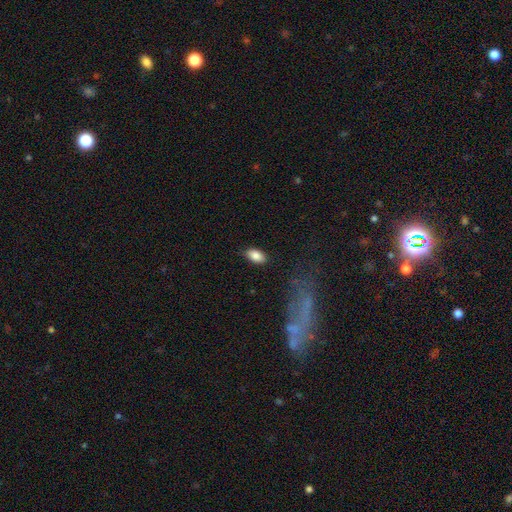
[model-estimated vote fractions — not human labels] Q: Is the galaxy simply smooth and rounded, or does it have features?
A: smooth — 85%.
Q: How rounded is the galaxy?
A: in between — 92%.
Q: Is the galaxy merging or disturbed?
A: none — 84%.